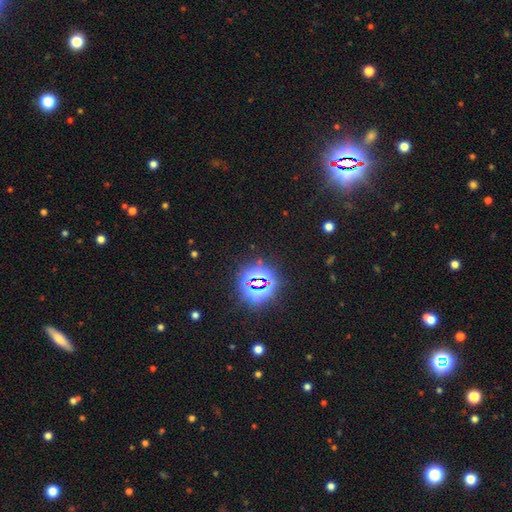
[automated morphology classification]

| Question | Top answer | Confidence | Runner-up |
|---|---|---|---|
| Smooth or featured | star or artifact | 83% | smooth (10%) |